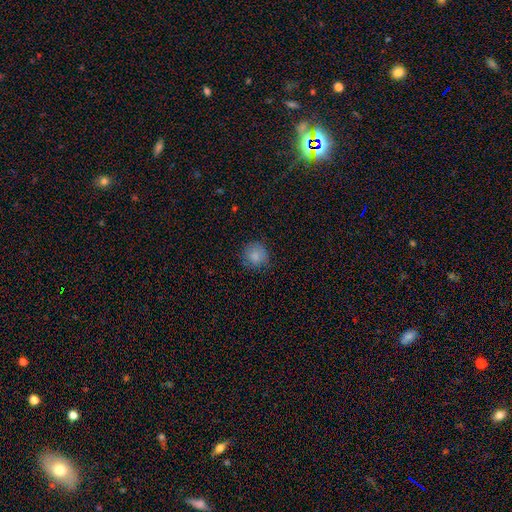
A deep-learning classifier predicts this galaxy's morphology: Q: Smooth or featured?
A: smooth (85%); runner-up: star or artifact (9%)
Q: How rounded?
A: round (91%); runner-up: in between (8%)
Q: Merging?
A: none (83%); runner-up: minor disturbance (13%)